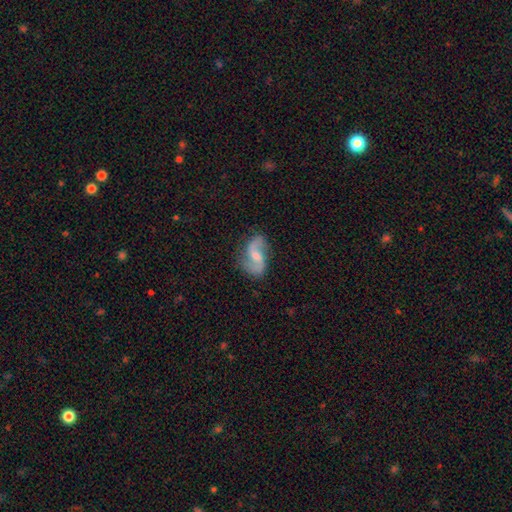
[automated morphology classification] Smooth or featured? Predicted: featured or disk (p=0.80). Edge-on disk? Predicted: no (p=0.97). Bar? Predicted: weak (p=0.49). Spiral arms? Predicted: yes (p=0.95). Spiral winding? Predicted: loose (p=0.63). Spiral arm count? Predicted: 2 (p=0.91). Bulge size? Predicted: moderate (p=0.44). Merging? Predicted: none (p=0.72).